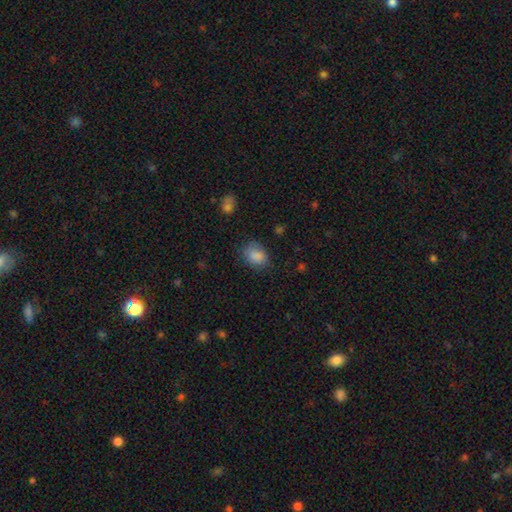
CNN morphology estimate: The model was most divided on "how rounded": in between: 65%, round: 34%, cigar-shaped: 1%. More confident: smooth or featured — smooth (85%); merging — none (69%).